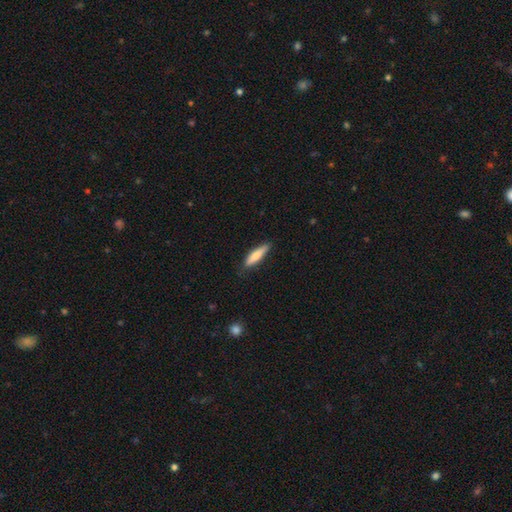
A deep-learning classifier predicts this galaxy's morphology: The model was most divided on "how rounded": cigar-shaped: 72%, in between: 27%, round: 2%. More confident: merging — none (82%); smooth or featured — smooth (74%).